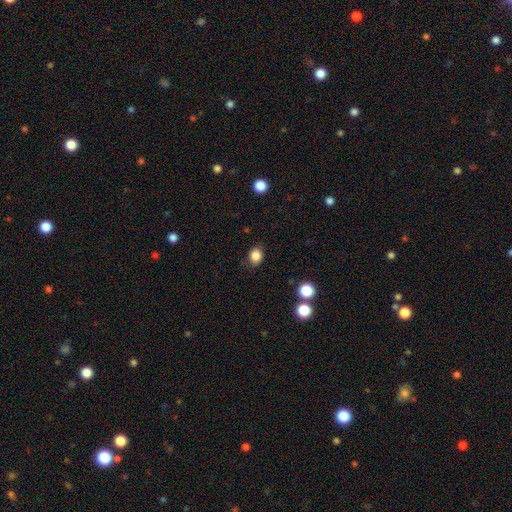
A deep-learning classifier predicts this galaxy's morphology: This appears to be a smooth galaxy with no disk features (86%) that is round (57%). Merging: none (81%).